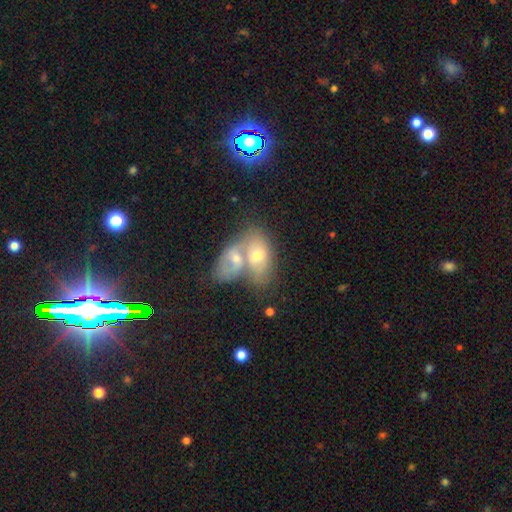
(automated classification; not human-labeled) Smooth or featured: smooth — 51% (featured or disk — 39%)
How rounded: in between — 86% (round — 10%)
Merging: merger — 68% (none — 21%)